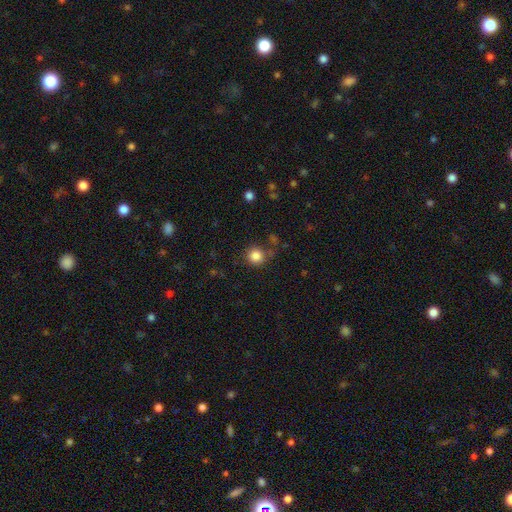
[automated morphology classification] Smooth or featured?
  - smooth: 85% *
  - star or artifact: 11%
  - featured or disk: 5%
How rounded?
  - round: 91% *
  - in between: 8%
  - cigar-shaped: 1%
Merging?
  - none: 78% *
  - minor disturbance: 13%
  - major disturbance: 5%
  - merger: 4%